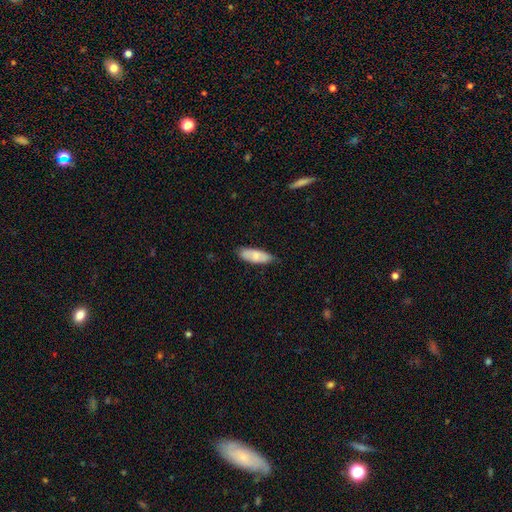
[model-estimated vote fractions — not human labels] Morphology: type=smooth (76%); roundness=in between (70%); merging=none (78%).